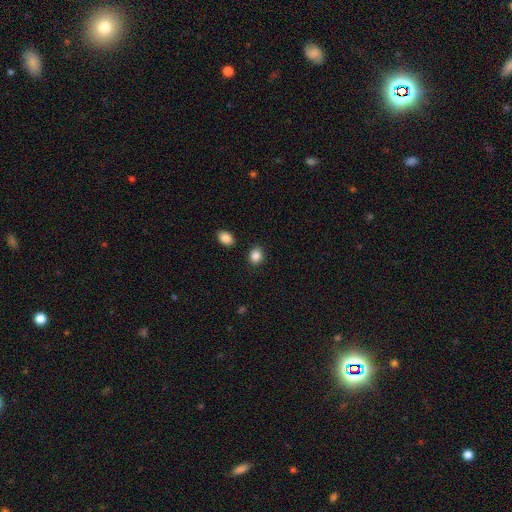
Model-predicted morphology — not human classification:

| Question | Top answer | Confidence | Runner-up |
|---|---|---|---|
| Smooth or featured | smooth | 87% | star or artifact (9%) |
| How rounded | round | 64% | in between (35%) |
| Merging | none | 87% | minor disturbance (7%) |